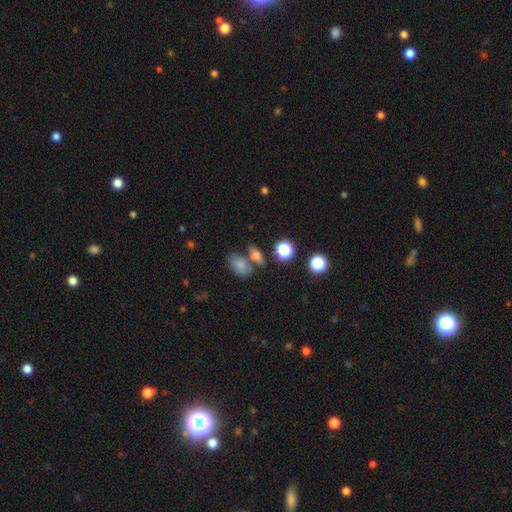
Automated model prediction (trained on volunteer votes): The model was most divided on "merging": none: 51%, merger: 30%, minor disturbance: 13%, major disturbance: 6%. More confident: smooth or featured — smooth (69%); how rounded — in between (64%).